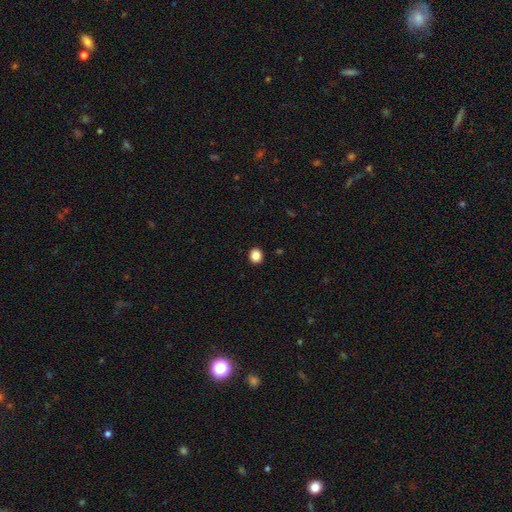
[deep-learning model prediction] Smooth or featured: smooth — 86% (star or artifact — 10%)
How rounded: round — 80% (in between — 19%)
Merging: none — 93% (minor disturbance — 5%)